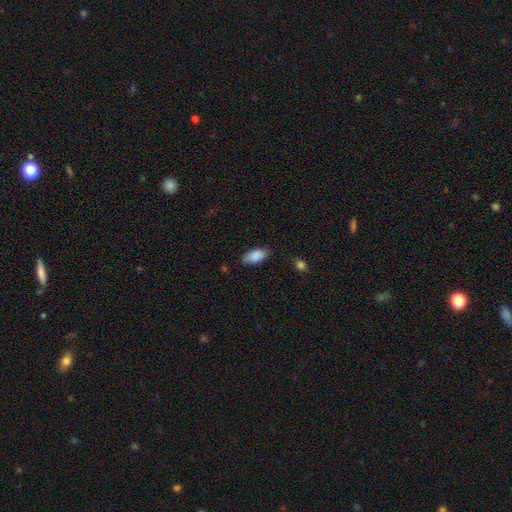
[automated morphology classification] A smooth galaxy with no disk features (89%) that is in between round and cigar-shaped (93%).

Vote fractions:
- Smooth or featured? smooth: 89% / star or artifact: 6% / featured or disk: 5%
- How rounded? in between: 93% / cigar-shaped: 5% / round: 3%
- Merging? none: 79% / minor disturbance: 17% / major disturbance: 3% / merger: 1%